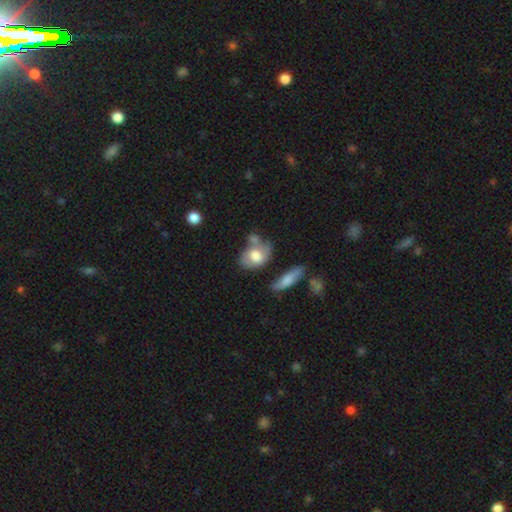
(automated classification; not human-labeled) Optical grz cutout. It shows a smooth galaxy with no disk features (59%) that is in between round and cigar-shaped (73%). Merging: none (38%).